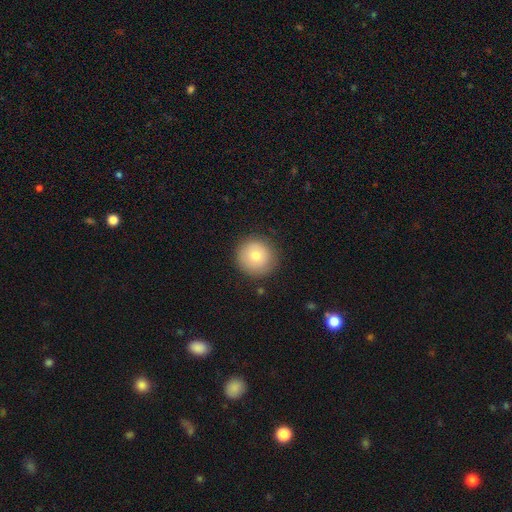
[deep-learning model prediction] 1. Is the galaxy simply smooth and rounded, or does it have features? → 79% smooth, 13% featured or disk, 8% star or artifact.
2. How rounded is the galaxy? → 95% round, 4% in between, 1% cigar-shaped.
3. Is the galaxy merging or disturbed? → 87% none, 9% minor disturbance, 3% major disturbance, 1% merger.